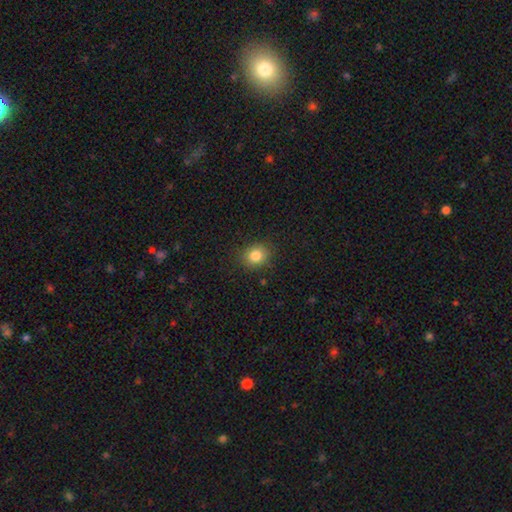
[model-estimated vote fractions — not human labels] Smooth or featured?
  - smooth: 83% *
  - star or artifact: 11%
  - featured or disk: 6%
How rounded?
  - round: 68% *
  - in between: 31%
  - cigar-shaped: 1%
Merging?
  - none: 87% *
  - minor disturbance: 10%
  - major disturbance: 3%
  - merger: 1%